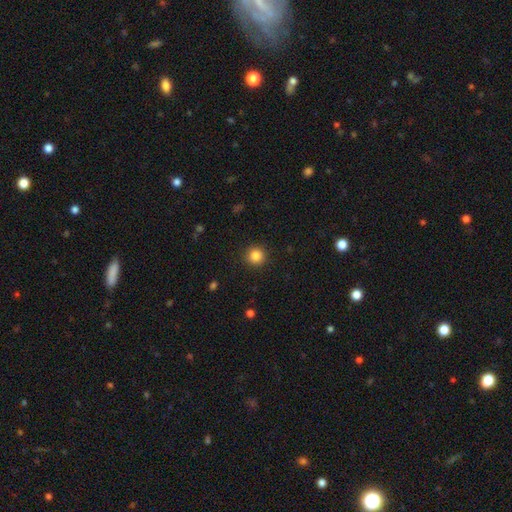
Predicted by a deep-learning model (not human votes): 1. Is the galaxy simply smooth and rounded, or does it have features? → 85% smooth, 11% star or artifact, 4% featured or disk.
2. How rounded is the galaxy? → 95% round, 4% in between, 1% cigar-shaped.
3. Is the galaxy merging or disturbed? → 92% none, 5% minor disturbance, 2% major disturbance, 1% merger.